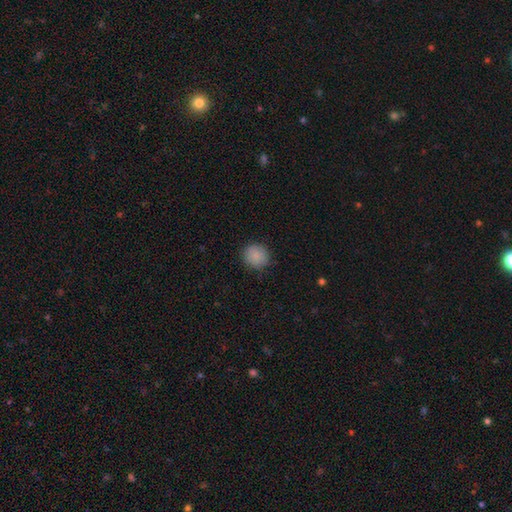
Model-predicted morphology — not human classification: smooth_or_featured: smooth (p=0.88) [alt: star or artifact p=0.08]
how_rounded: round (p=0.89) [alt: in between p=0.10]
merging: none (p=0.87) [alt: minor disturbance p=0.09]